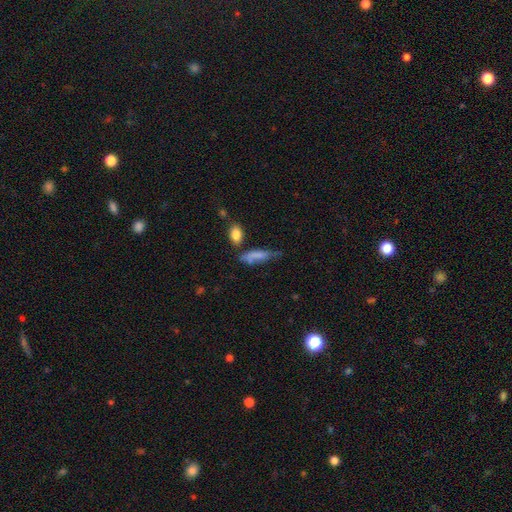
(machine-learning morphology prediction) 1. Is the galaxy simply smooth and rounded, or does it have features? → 67% smooth, 23% featured or disk, 9% star or artifact.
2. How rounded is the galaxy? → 55% cigar-shaped, 41% in between, 3% round.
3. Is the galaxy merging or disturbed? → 39% none, 31% minor disturbance, 18% major disturbance, 13% merger.